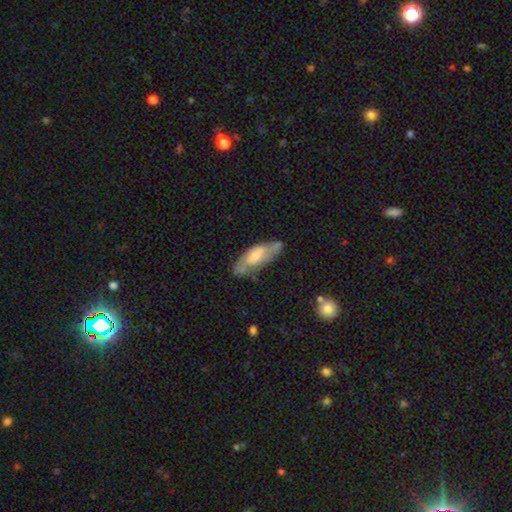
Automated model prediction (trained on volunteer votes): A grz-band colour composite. It shows a featured or disk galaxy (49%). Merging: none (58%).